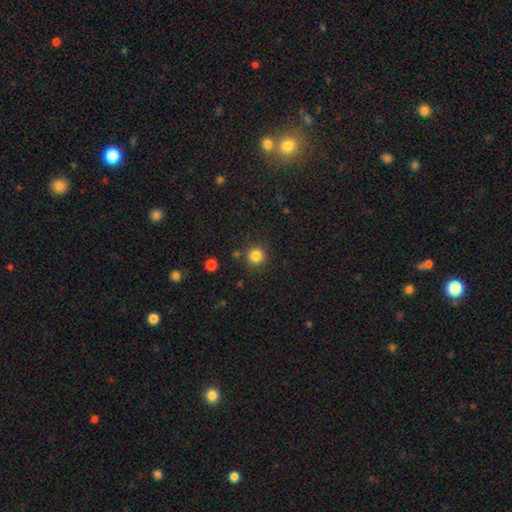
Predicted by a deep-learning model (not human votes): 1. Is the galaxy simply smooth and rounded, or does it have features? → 84% smooth, 12% star or artifact, 4% featured or disk.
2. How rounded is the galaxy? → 94% round, 5% in between, 1% cigar-shaped.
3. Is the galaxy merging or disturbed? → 86% none, 7% minor disturbance, 4% merger, 3% major disturbance.